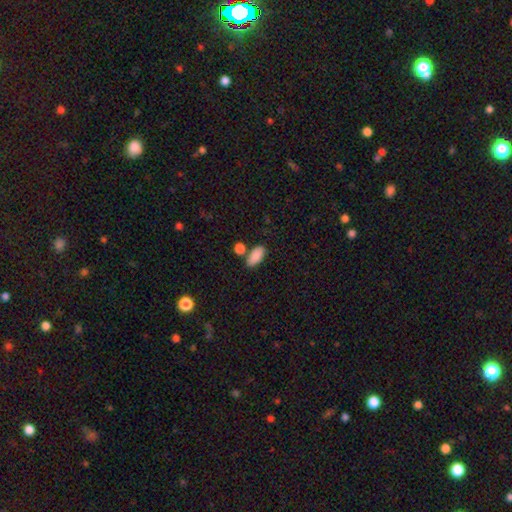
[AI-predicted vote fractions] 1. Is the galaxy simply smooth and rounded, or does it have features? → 88% smooth, 7% star or artifact, 4% featured or disk.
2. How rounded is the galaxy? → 90% in between, 6% cigar-shaped, 4% round.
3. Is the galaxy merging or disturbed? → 69% none, 14% merger, 13% minor disturbance, 4% major disturbance.